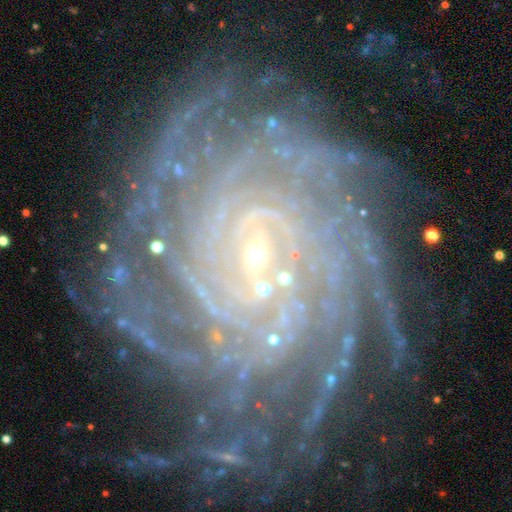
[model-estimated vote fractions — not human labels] Smooth or featured? featured or disk (90%)
Edge-on disk? no (97%)
Bar? no (42%)
Spiral arms? yes (98%)
Spiral winding? tight (83%)
Spiral arm count? more than 4 (41%)
Bulge size? small (80%)
Merging? none (74%)